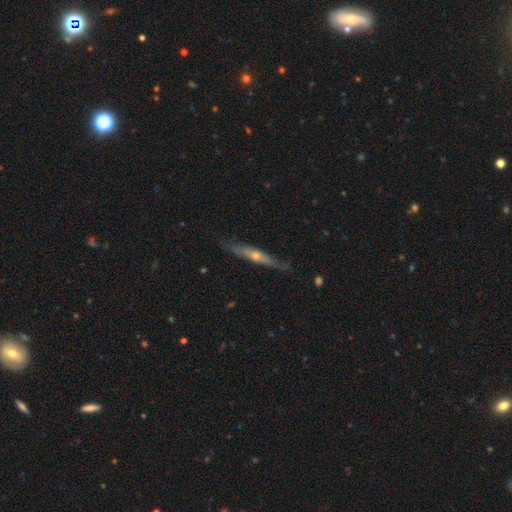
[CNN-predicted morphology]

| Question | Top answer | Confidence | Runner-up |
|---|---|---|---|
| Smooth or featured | featured or disk | 68% | smooth (26%) |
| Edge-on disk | yes | 89% | no (11%) |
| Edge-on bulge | rounded | 81% | none (16%) |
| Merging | none | 80% | minor disturbance (16%) |